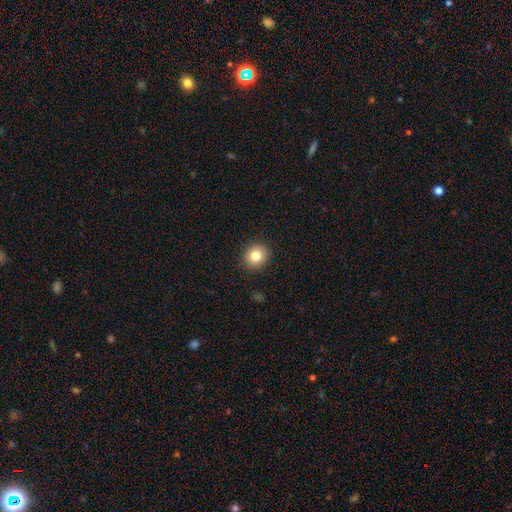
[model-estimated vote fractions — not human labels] Smooth or featured?
  - smooth: 81% *
  - star or artifact: 10%
  - featured or disk: 9%
How rounded?
  - round: 86% *
  - in between: 14%
  - cigar-shaped: 1%
Merging?
  - none: 91% *
  - minor disturbance: 6%
  - major disturbance: 2%
  - merger: 1%